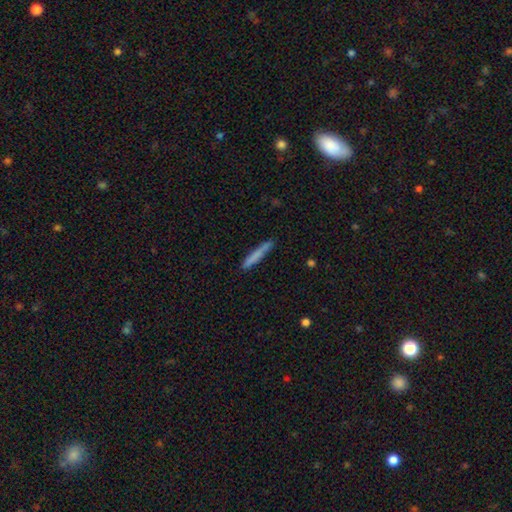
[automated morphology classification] Smooth or featured: smooth — 76% (featured or disk — 18%)
How rounded: cigar-shaped — 96% (in between — 3%)
Merging: none — 85% (minor disturbance — 11%)